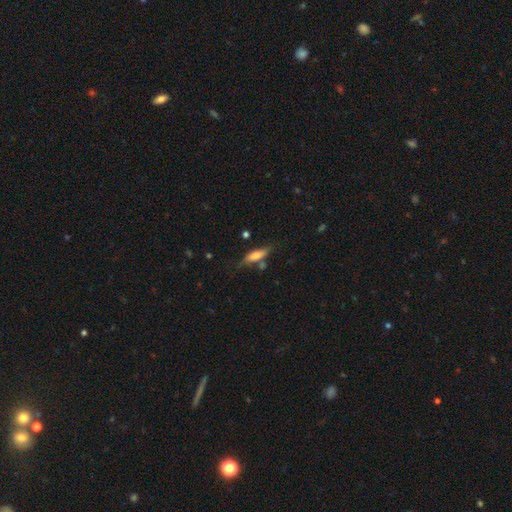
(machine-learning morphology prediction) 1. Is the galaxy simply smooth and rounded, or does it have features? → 65% smooth, 28% featured or disk, 7% star or artifact.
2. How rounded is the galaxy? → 55% cigar-shaped, 43% in between, 3% round.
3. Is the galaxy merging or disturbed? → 63% none, 21% minor disturbance, 11% merger, 6% major disturbance.